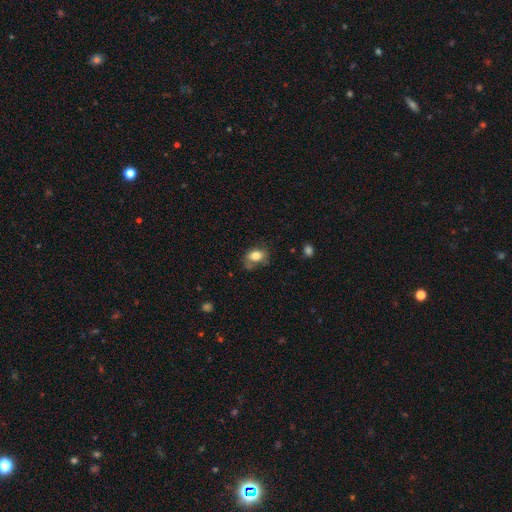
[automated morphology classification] Smooth or featured?
  - smooth: 80% *
  - featured or disk: 11%
  - star or artifact: 9%
How rounded?
  - in between: 71% *
  - round: 27%
  - cigar-shaped: 1%
Merging?
  - none: 55% *
  - minor disturbance: 30%
  - major disturbance: 11%
  - merger: 4%